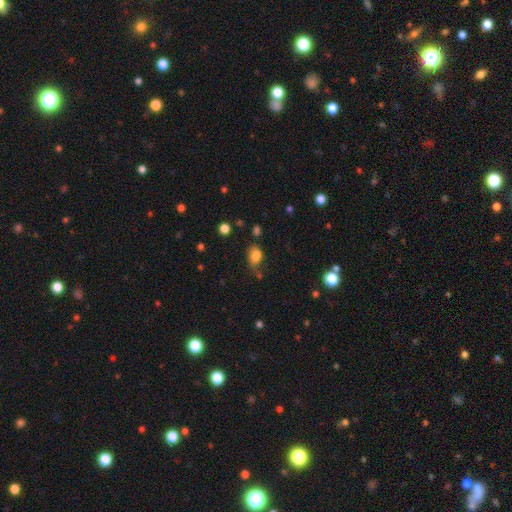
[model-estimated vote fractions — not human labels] This appears to be a smooth galaxy with no disk features (81%) that is in between round and cigar-shaped (83%). Merging: none (56%).